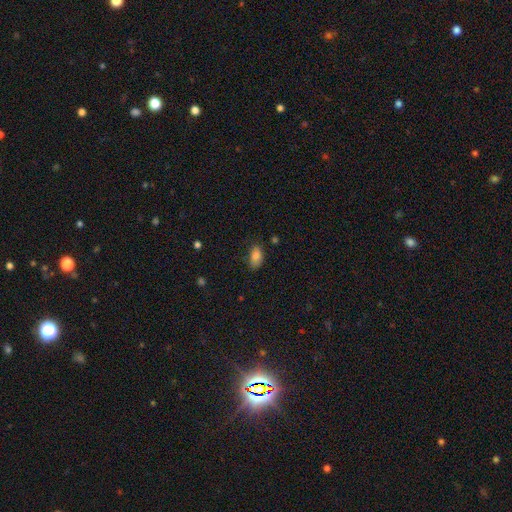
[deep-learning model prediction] Smooth or featured?
  - smooth: 83% *
  - star or artifact: 9%
  - featured or disk: 8%
How rounded?
  - in between: 90% *
  - round: 6%
  - cigar-shaped: 3%
Merging?
  - none: 68% *
  - minor disturbance: 24%
  - major disturbance: 6%
  - merger: 2%